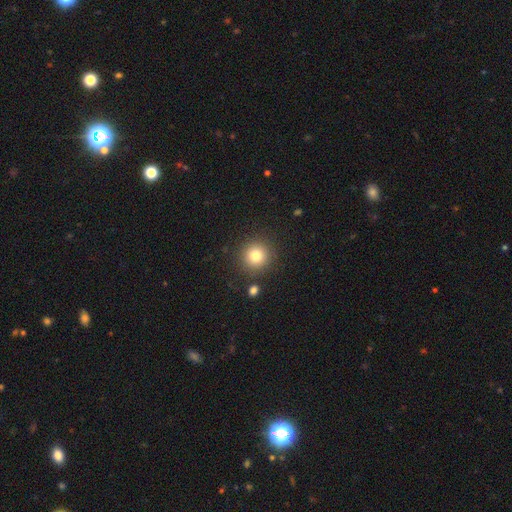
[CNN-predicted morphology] smooth_or_featured: smooth (p=0.80) [alt: star or artifact p=0.12]
how_rounded: round (p=0.94) [alt: in between p=0.05]
merging: none (p=0.87) [alt: minor disturbance p=0.07]